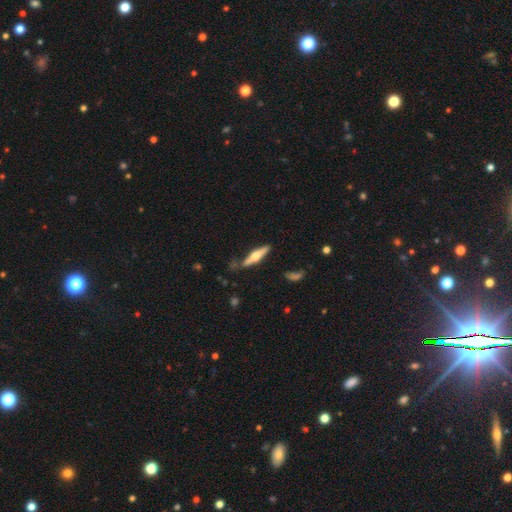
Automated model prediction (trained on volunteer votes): A featured or disk galaxy (59%) viewed edge-on (95%) with a rounded central bulge (92%).

Vote fractions:
- Smooth or featured? featured or disk: 59% / smooth: 36% / star or artifact: 5%
- Edge-on disk? yes: 95% / no: 5%
- Edge-on bulge? rounded: 92% / boxy: 4% / none: 4%
- Merging? none: 77% / minor disturbance: 16% / major disturbance: 4% / merger: 3%